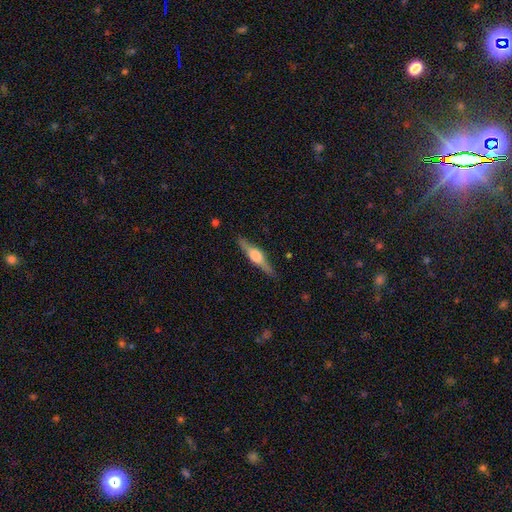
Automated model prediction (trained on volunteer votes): featured or disk 70%, smooth 24%, star or artifact 5%. Down the decision tree: edge-on disk — yes (97%); edge-on bulge — rounded (90%); merging — none (87%).